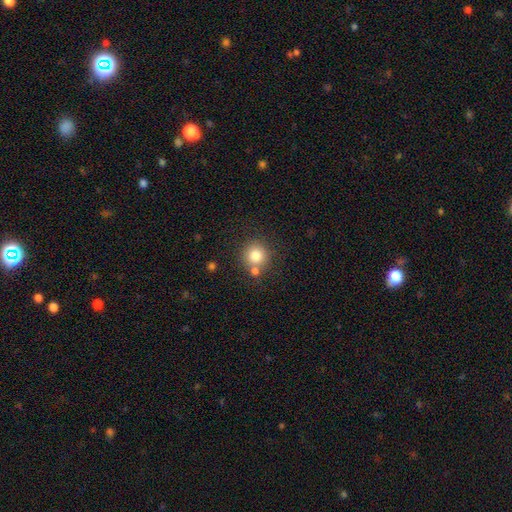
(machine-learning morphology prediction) The model was most divided on "merging": none: 69%, merger: 19%, minor disturbance: 9%, major disturbance: 3%. More confident: how rounded — round (93%); smooth or featured — smooth (80%).